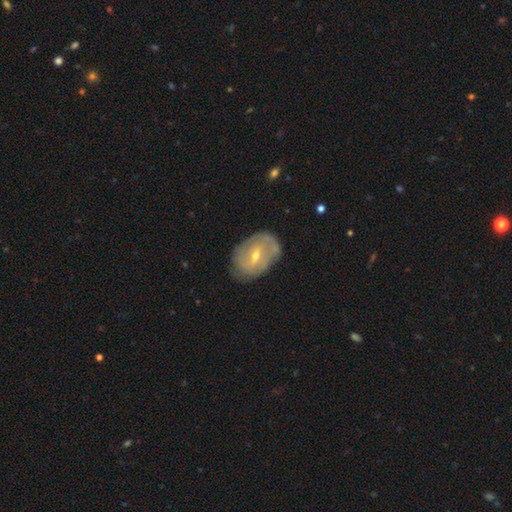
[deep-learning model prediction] This appears to be a featured or disk galaxy (68%) with a weak bar (50%), spiral arms (64%) and a small central bulge (56%). Merging: none (70%).